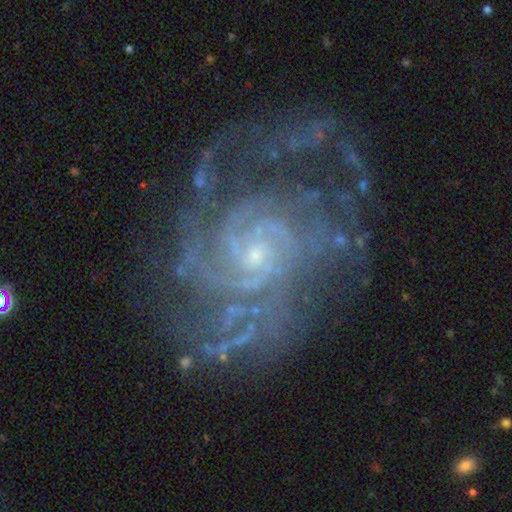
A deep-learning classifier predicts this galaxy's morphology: Q: Smooth or featured?
A: featured or disk (90%); runner-up: star or artifact (7%)
Q: Edge-on disk?
A: no (98%); runner-up: yes (2%)
Q: Bar?
A: no (65%); runner-up: weak (28%)
Q: Spiral arms?
A: yes (97%); runner-up: no (3%)
Q: Spiral winding?
A: tight (63%); runner-up: medium (31%)
Q: Spiral arm count?
A: can't tell (24%); runner-up: 4 (19%)
Q: Bulge size?
A: small (79%); runner-up: moderate (15%)
Q: Merging?
A: none (61%); runner-up: minor disturbance (19%)